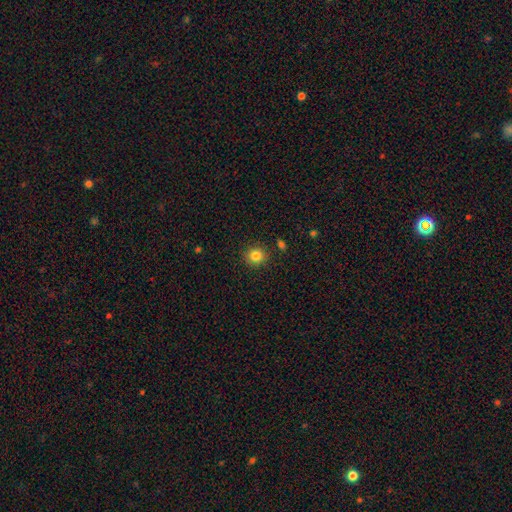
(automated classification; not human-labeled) Smooth or featured?
  - smooth: 83% *
  - star or artifact: 11%
  - featured or disk: 5%
How rounded?
  - round: 88% *
  - in between: 11%
  - cigar-shaped: 1%
Merging?
  - none: 89% *
  - minor disturbance: 7%
  - major disturbance: 2%
  - merger: 2%